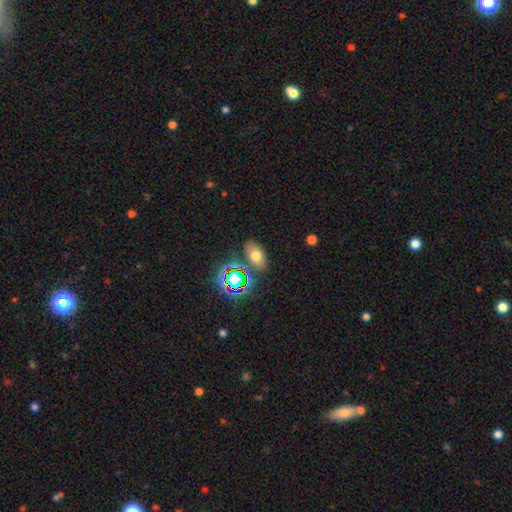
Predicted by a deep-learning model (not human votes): A smooth galaxy with no disk features (64%) that is in between round and cigar-shaped (85%).

Vote fractions:
- Smooth or featured? smooth: 64% / star or artifact: 22% / featured or disk: 14%
- How rounded? in between: 85% / round: 12% / cigar-shaped: 2%
- Merging? none: 78% / minor disturbance: 12% / merger: 7% / major disturbance: 4%